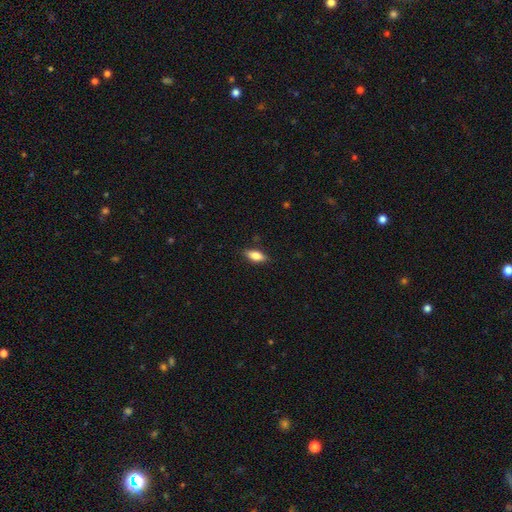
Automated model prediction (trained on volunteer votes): smooth-or-featured: smooth: 78% | featured or disk: 15% | star or artifact: 7%
  how-rounded: in between: 82% | cigar-shaped: 15% | round: 3%
  merging: none: 85% | minor disturbance: 12% | major disturbance: 2% | merger: 1%